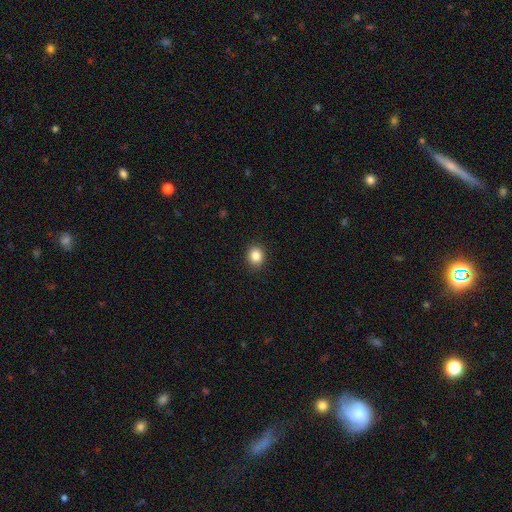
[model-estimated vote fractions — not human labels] This appears to be a smooth galaxy with no disk features (85%) that is round (73%). Merging: none (91%).